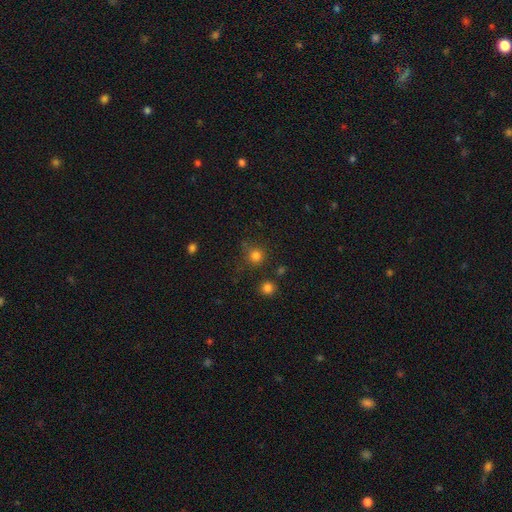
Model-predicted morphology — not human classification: A smooth galaxy with no disk features (79%) that is round (92%).

Vote fractions:
- Smooth or featured? smooth: 79% / star or artifact: 16% / featured or disk: 5%
- How rounded? round: 92% / in between: 7% / cigar-shaped: 1%
- Merging? none: 78% / minor disturbance: 12% / merger: 6% / major disturbance: 5%